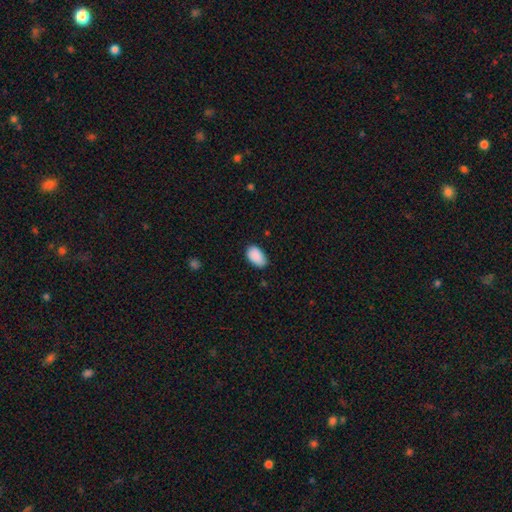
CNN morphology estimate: type=smooth (90%); roundness=in between (93%); merging=none (77%).